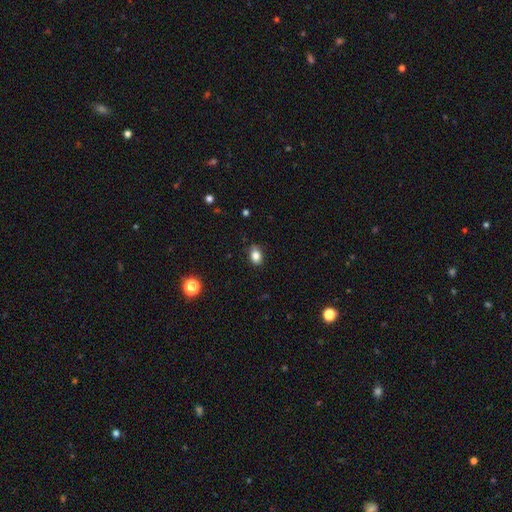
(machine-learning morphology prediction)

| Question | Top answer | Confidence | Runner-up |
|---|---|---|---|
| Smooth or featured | smooth | 84% | star or artifact (10%) |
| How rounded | in between | 77% | round (22%) |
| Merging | none | 79% | minor disturbance (17%) |